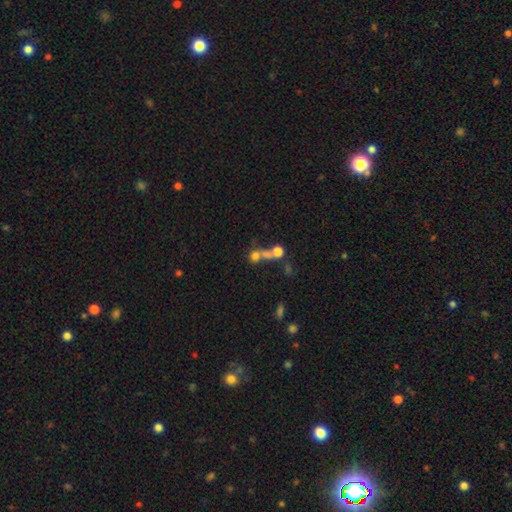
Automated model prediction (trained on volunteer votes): Smooth or featured? Predicted: smooth (p=0.47). Merging? Predicted: merger (p=0.46).